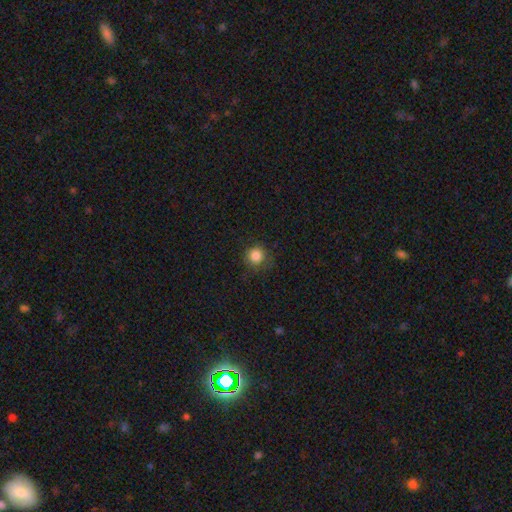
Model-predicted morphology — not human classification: Overall: smooth (84%). How rounded: round (91%). Merging: none (77%).